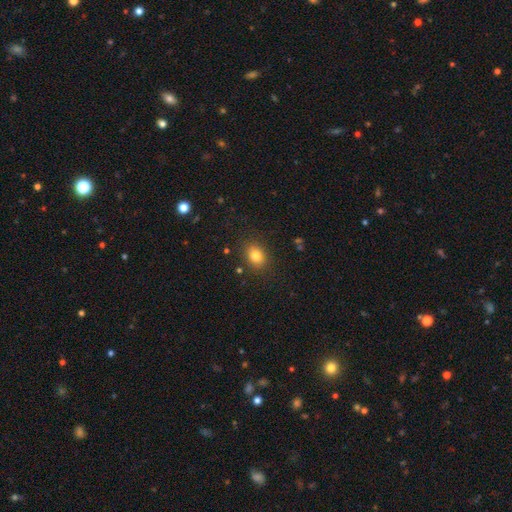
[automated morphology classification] This appears to be a smooth galaxy with no disk features (81%) that is in between round and cigar-shaped (51%). Merging: none (86%).